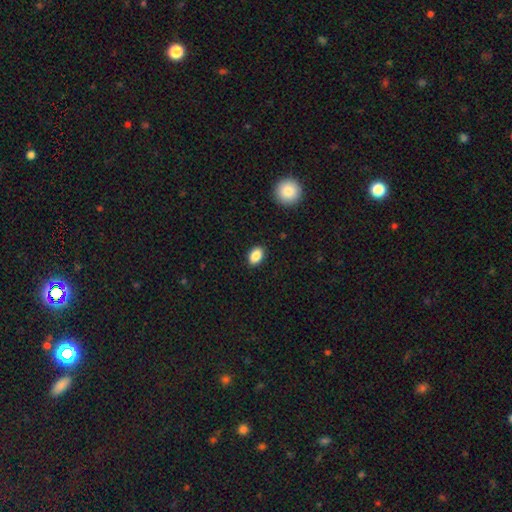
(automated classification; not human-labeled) A smooth galaxy with no disk features (87%) that is in between round and cigar-shaped (85%).

Vote fractions:
- Smooth or featured? smooth: 87% / star or artifact: 8% / featured or disk: 4%
- How rounded? in between: 85% / round: 13% / cigar-shaped: 2%
- Merging? none: 89% / minor disturbance: 8% / major disturbance: 2% / merger: 1%